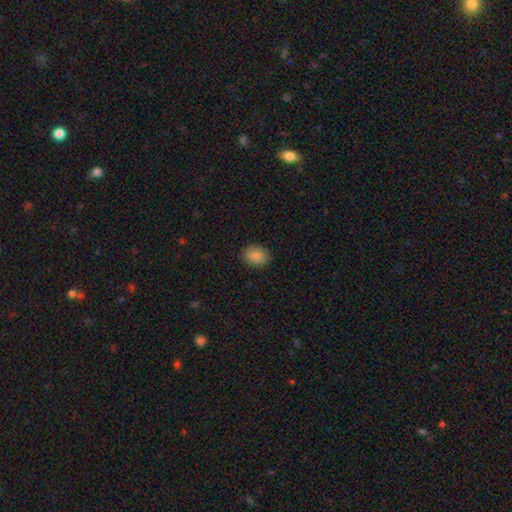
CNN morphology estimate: Smooth or featured? smooth (88%)
How rounded? in between (65%)
Merging? none (88%)